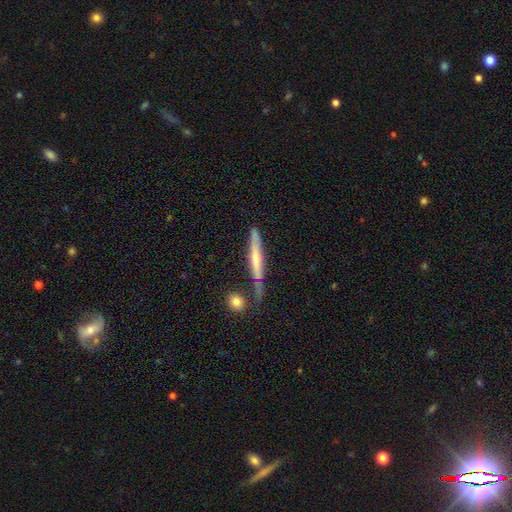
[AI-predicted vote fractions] Overall: featured or disk (54%; smooth 40%). Edge-on disk: yes (92%). Merging: none (67%).